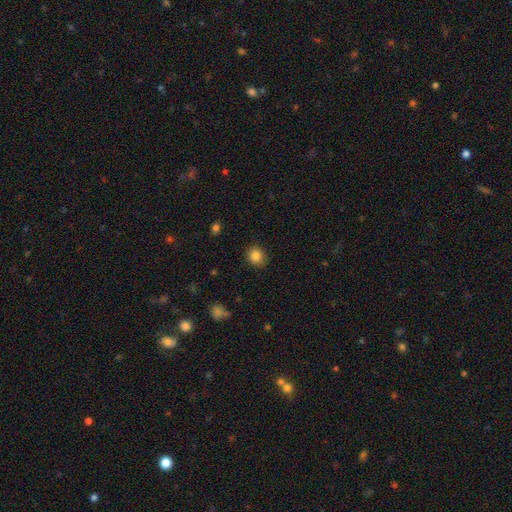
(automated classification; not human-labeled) Smooth or featured? smooth (84%)
How rounded? round (78%)
Merging? none (89%)